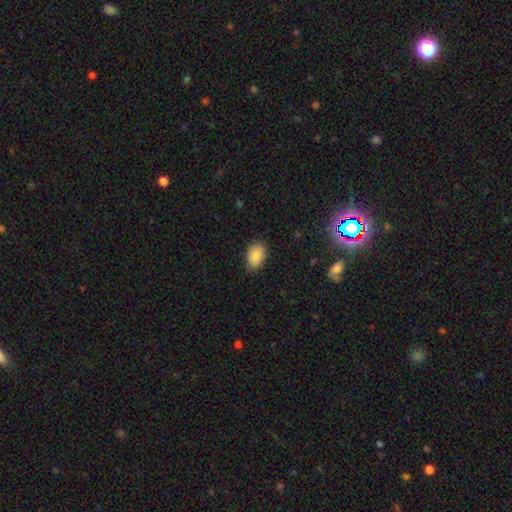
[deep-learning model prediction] Smooth or featured: smooth — 87% (star or artifact — 8%)
How rounded: in between — 87% (round — 12%)
Merging: none — 78% (minor disturbance — 18%)